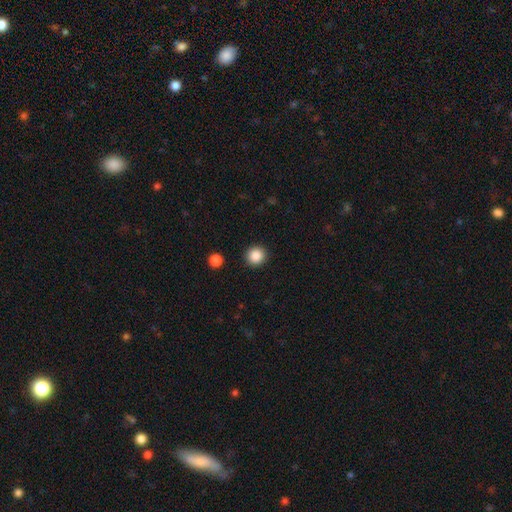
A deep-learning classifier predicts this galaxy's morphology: smooth-or-featured: smooth: 87% | star or artifact: 10% | featured or disk: 3%
  how-rounded: round: 92% | in between: 7% | cigar-shaped: 1%
  merging: none: 91% | minor disturbance: 5% | major disturbance: 2% | merger: 2%